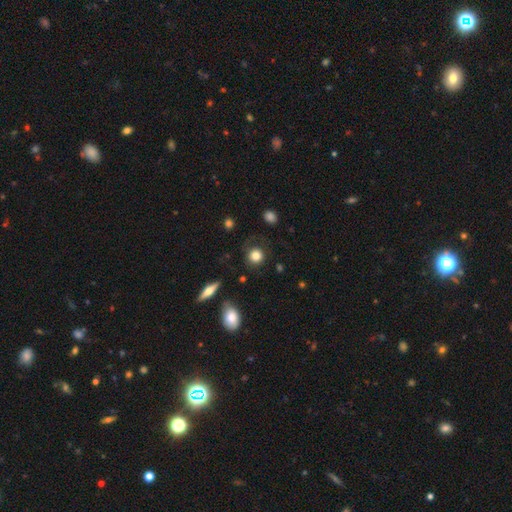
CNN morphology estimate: type=smooth (81%); roundness=round (88%); merging=none (74%).